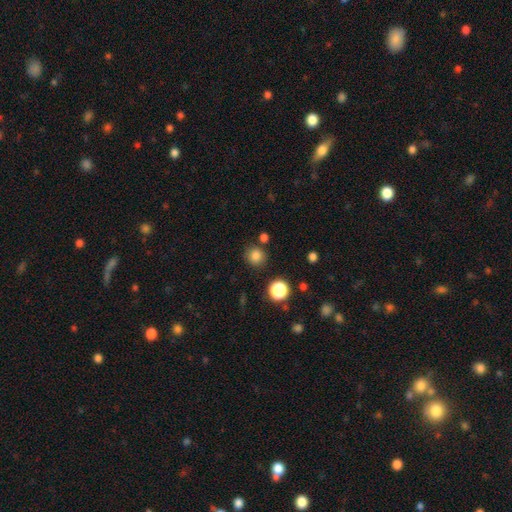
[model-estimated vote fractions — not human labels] This appears to be a smooth galaxy with no disk features (82%) that is round (91%). Merging: none (84%).